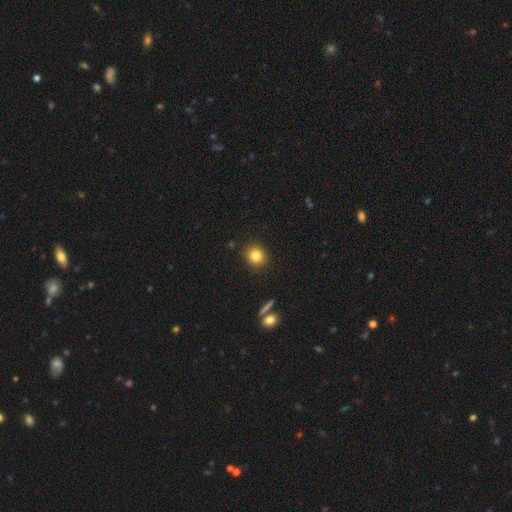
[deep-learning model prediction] The model was most divided on "how rounded": round: 84%, in between: 15%, cigar-shaped: 1%. More confident: merging — none (89%); smooth or featured — smooth (82%).